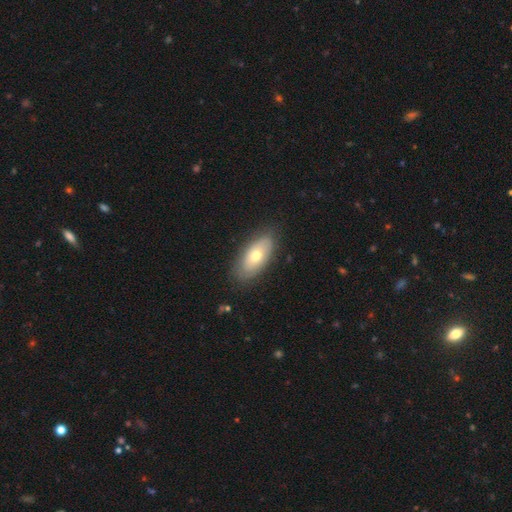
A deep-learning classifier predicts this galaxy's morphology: Smooth or featured: smooth — 61% (featured or disk — 33%)
How rounded: in between — 87% (cigar-shaped — 10%)
Merging: none — 83% (minor disturbance — 13%)